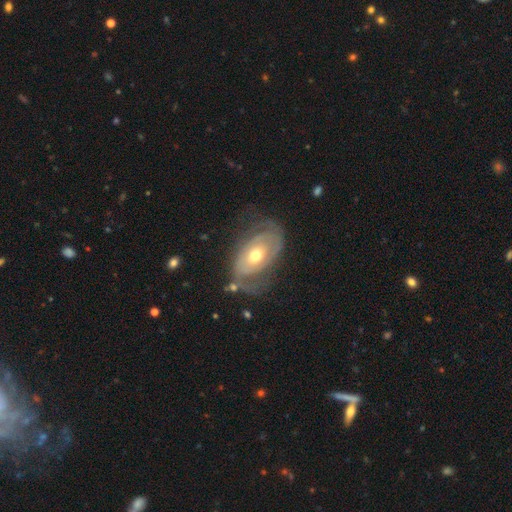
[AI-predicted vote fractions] smooth-or-featured: featured or disk: 71% | smooth: 23% | star or artifact: 6%
  disk-edge-on: no: 93% | yes: 7%
    bar: no: 78% | weak: 17% | strong: 5%
    has-spiral-arms: yes: 69% | no: 31%
    bulge-size: moderate: 73% | small: 18% | large: 7% | dominant: 1% | none: 1%
  merging: none: 56% | minor disturbance: 23% | major disturbance: 18% | merger: 3%